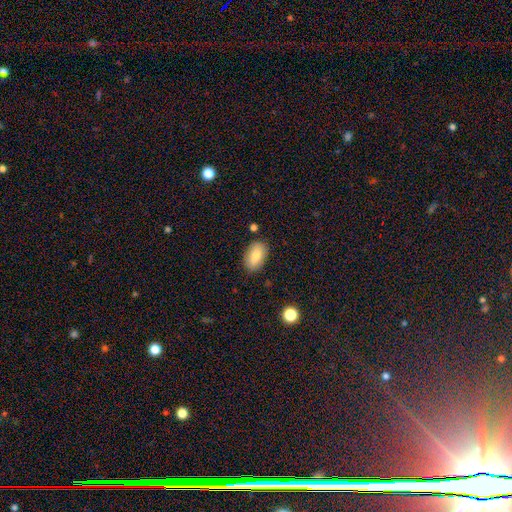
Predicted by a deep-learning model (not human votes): smooth 80%, featured or disk 13%, star or artifact 7%. Down the decision tree: how rounded — in between (92%); merging — none (84%).